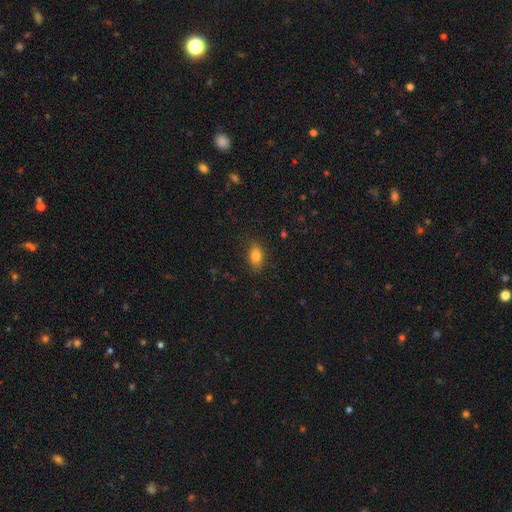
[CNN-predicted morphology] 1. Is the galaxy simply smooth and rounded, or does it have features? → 82% smooth, 9% star or artifact, 8% featured or disk.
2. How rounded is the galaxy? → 86% in between, 11% round, 3% cigar-shaped.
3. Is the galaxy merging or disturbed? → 86% none, 10% minor disturbance, 3% major disturbance, 1% merger.